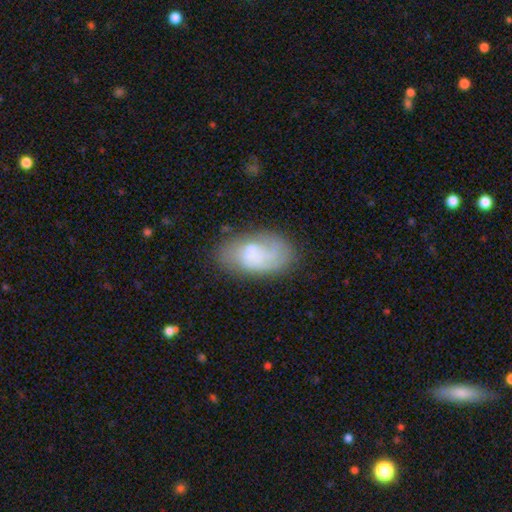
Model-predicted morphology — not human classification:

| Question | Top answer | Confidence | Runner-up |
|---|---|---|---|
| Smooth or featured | smooth | 46% | tied: featured or disk (46%) |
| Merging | none | 57% | minor disturbance (24%) |